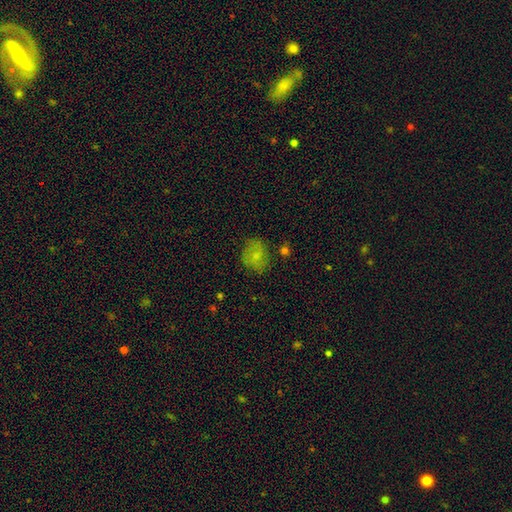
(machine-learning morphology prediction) type=smooth (71%); roundness=round (56%); merging=none (67%).